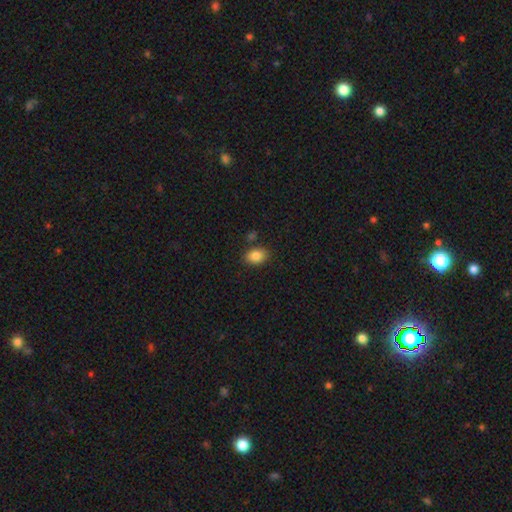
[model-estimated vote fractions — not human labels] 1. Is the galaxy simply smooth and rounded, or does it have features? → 85% smooth, 9% star or artifact, 6% featured or disk.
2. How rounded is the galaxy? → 76% in between, 23% round, 1% cigar-shaped.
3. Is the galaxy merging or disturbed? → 80% none, 12% minor disturbance, 5% merger, 3% major disturbance.